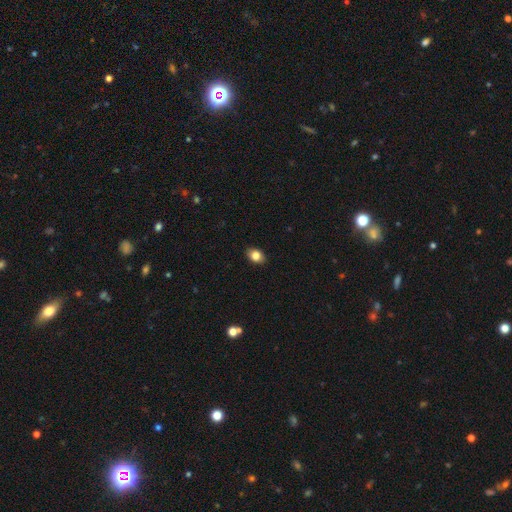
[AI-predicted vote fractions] The model was most divided on "how rounded": in between: 75%, round: 24%, cigar-shaped: 1%. More confident: merging — none (89%); smooth or featured — smooth (83%).